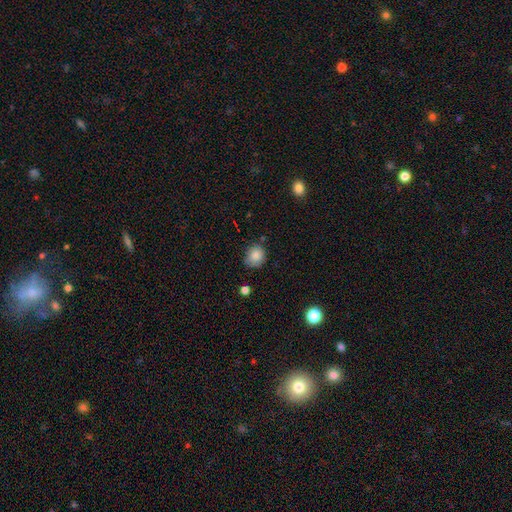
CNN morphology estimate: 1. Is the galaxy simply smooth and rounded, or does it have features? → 85% smooth, 10% star or artifact, 5% featured or disk.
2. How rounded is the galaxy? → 70% round, 29% in between, 1% cigar-shaped.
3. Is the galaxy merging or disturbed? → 69% none, 24% minor disturbance, 4% major disturbance, 3% merger.